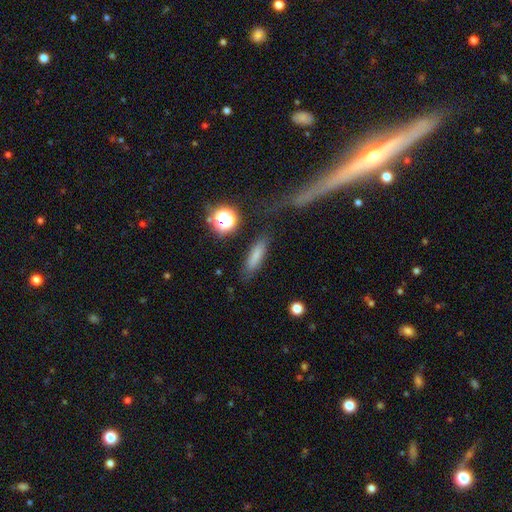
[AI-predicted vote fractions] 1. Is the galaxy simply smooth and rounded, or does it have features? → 75% smooth, 13% star or artifact, 12% featured or disk.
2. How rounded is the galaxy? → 68% cigar-shaped, 27% in between, 5% round.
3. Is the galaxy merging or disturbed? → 79% none, 13% minor disturbance, 5% major disturbance, 3% merger.